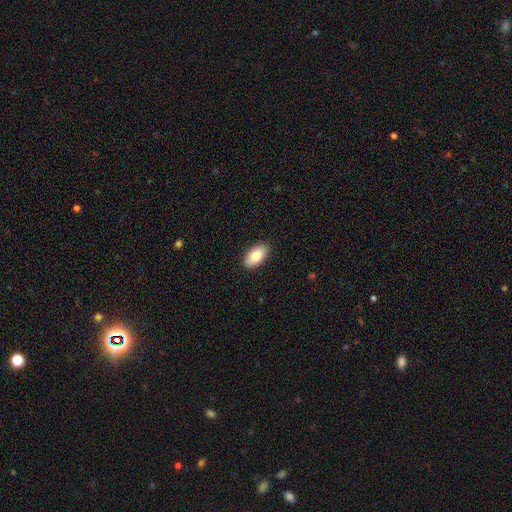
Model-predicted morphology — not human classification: smooth 82%, featured or disk 12%, star or artifact 7%. Down the decision tree: how rounded — in between (93%); merging — none (89%).